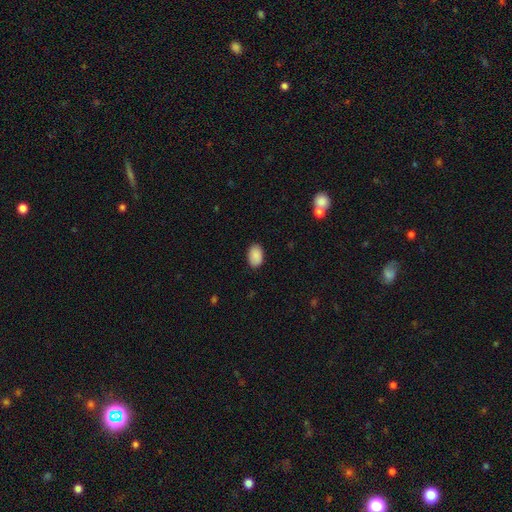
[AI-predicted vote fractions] Q: Smooth or featured?
A: smooth (90%); runner-up: star or artifact (7%)
Q: How rounded?
A: in between (89%); runner-up: round (10%)
Q: Merging?
A: none (87%); runner-up: minor disturbance (9%)